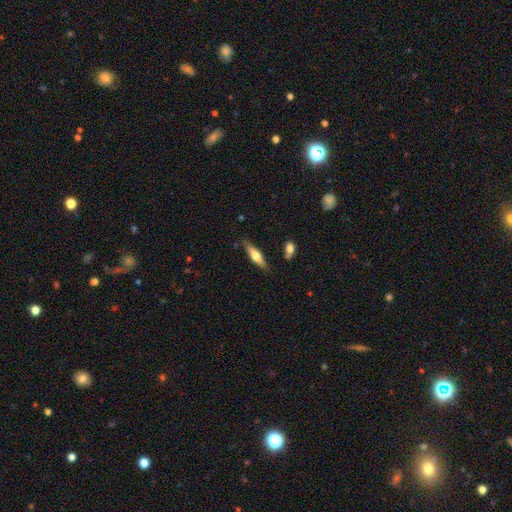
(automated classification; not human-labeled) Smooth or featured? smooth (49%)
Merging? none (80%)